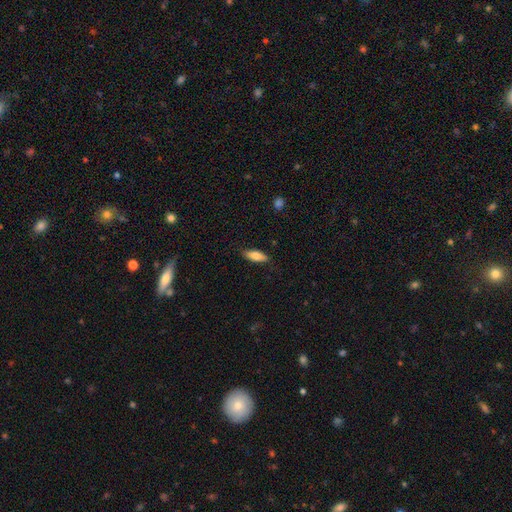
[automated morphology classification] smooth-or-featured: smooth: 77% | featured or disk: 17% | star or artifact: 6%
  how-rounded: in between: 67% | cigar-shaped: 31% | round: 2%
  merging: none: 85% | minor disturbance: 12% | major disturbance: 2% | merger: 1%